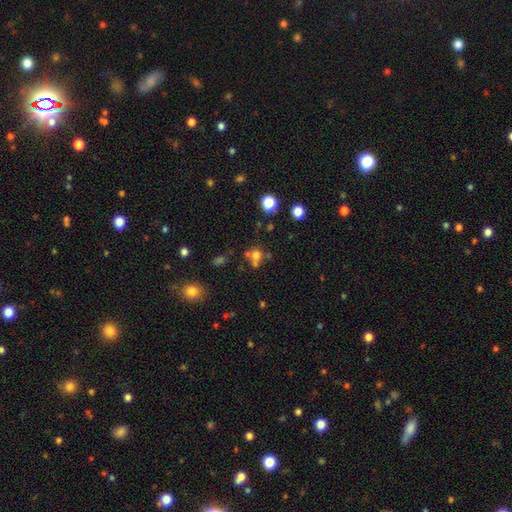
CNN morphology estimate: A smooth galaxy with no disk features (67%) that is round (76%). Merging: none (46%).